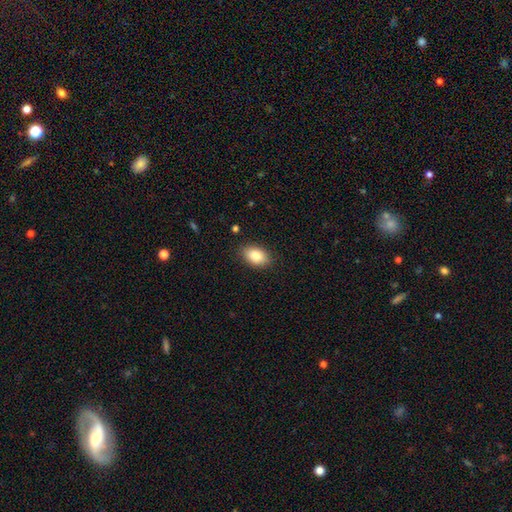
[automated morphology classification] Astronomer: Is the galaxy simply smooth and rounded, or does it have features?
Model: smooth — 85%.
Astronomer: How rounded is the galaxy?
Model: in between — 89%.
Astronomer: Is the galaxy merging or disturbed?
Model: none — 86%.